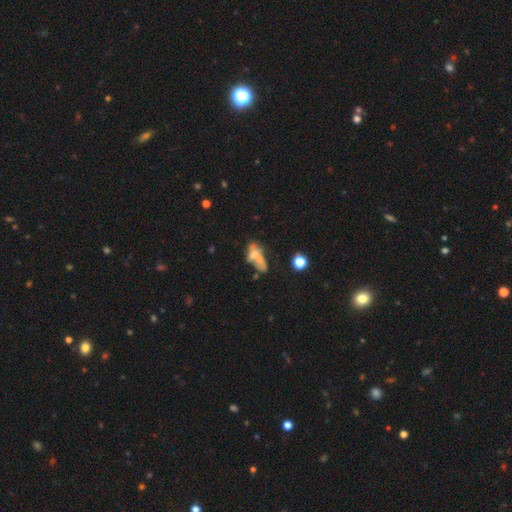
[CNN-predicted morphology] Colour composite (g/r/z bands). It shows a smooth galaxy with no disk features (48%). Merging: merger (33%).